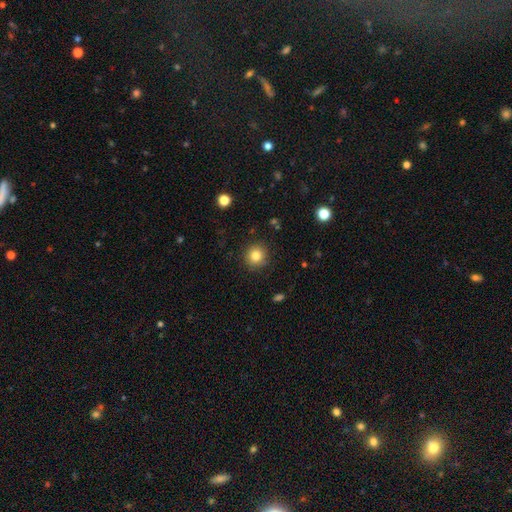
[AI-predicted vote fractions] smooth 82%, star or artifact 11%, featured or disk 7%. Down the decision tree: how rounded — round (92%); merging — none (89%).